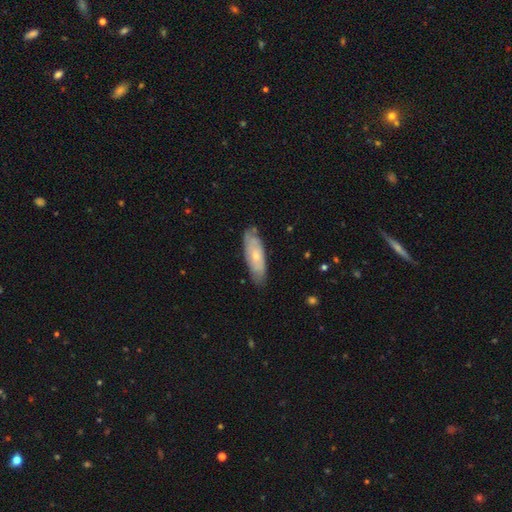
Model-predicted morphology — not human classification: smooth 48%, featured or disk 46%, star or artifact 6%. Down the decision tree: merging — none (76%).